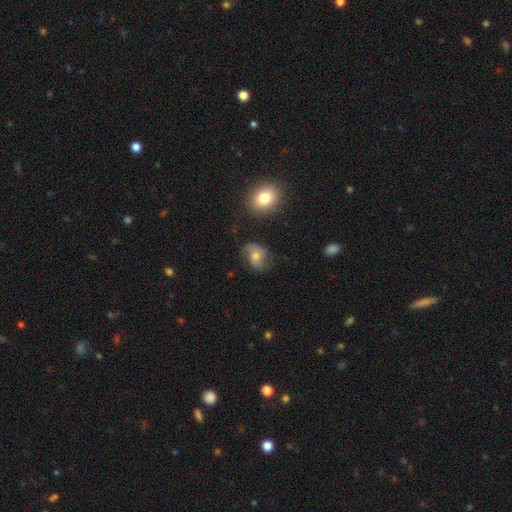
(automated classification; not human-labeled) A featured or disk galaxy (53%) with no bar (66%), spiral arms (87%) and a moderate central bulge (52%).

Vote fractions:
- Smooth or featured? featured or disk: 53% / smooth: 36% / star or artifact: 10%
- Edge-on disk? no: 97% / yes: 3%
- Bar? no: 66% / weak: 27% / strong: 6%
- Spiral arms? yes: 87% / no: 13%
- Bulge size? moderate: 52% / small: 40% / large: 4% / none: 3% / dominant: 1%
- Merging? none: 58% / minor disturbance: 25% / major disturbance: 15% / merger: 2%